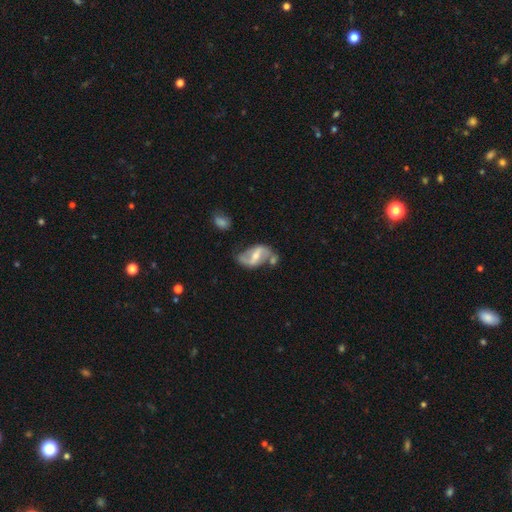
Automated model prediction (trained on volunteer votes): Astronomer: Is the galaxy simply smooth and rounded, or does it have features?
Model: featured or disk — 79%.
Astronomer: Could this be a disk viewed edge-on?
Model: no — 96%.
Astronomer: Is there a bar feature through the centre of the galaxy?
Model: strong — 46% (runner-up: weak, 38%).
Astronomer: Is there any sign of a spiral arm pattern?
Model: yes — 88%.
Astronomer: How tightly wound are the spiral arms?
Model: loose — 54% (runner-up: medium, 35%).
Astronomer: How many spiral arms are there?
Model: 2 — 90%.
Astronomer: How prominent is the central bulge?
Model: moderate — 53% (runner-up: small, 39%).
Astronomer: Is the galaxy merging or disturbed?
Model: none — 56%.